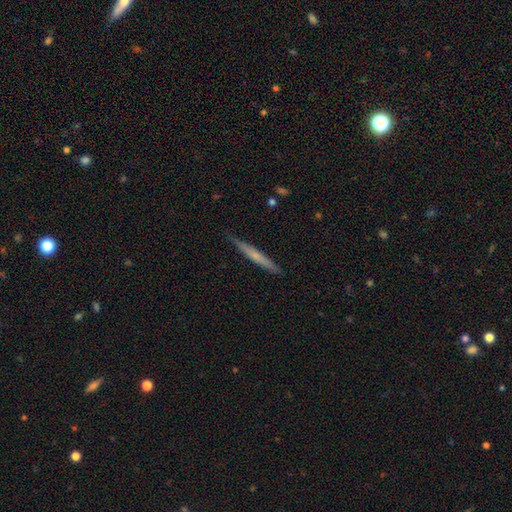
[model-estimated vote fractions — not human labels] Smooth or featured?
  - smooth: 47% * (tied)
  - featured or disk: 47% * (tied)
  - star or artifact: 6%
Merging?
  - none: 87% *
  - minor disturbance: 11%
  - major disturbance: 2%
  - merger: 1%